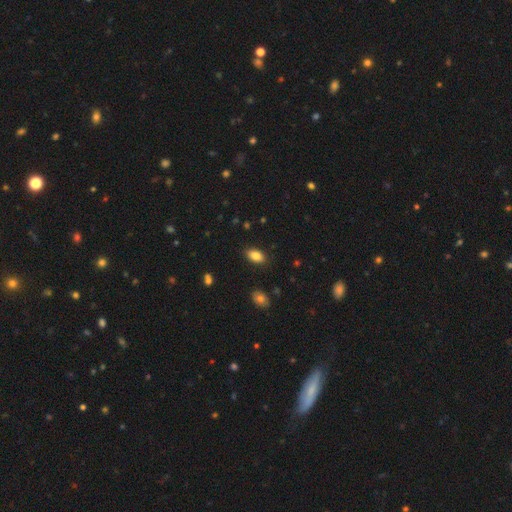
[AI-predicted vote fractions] Smooth or featured: smooth — 86% (star or artifact — 8%)
How rounded: in between — 92% (round — 5%)
Merging: none — 86% (minor disturbance — 10%)